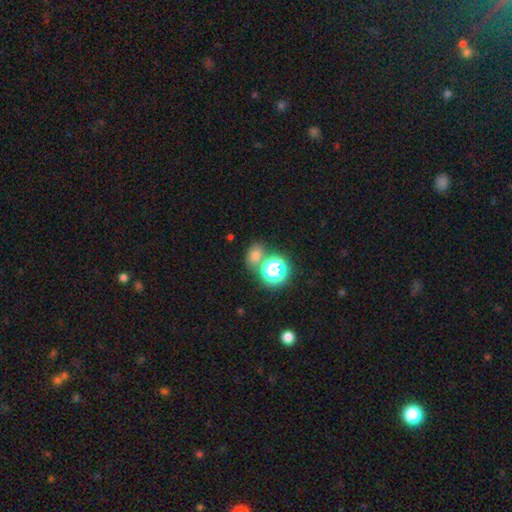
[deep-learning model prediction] smooth 66%, star or artifact 25%, featured or disk 8%. Down the decision tree: how rounded — in between (51%); merging — none (63%).